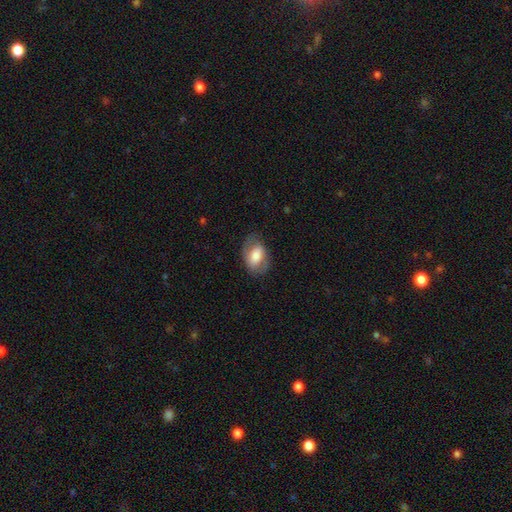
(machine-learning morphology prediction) smooth 58%, featured or disk 35%, star or artifact 7%. Down the decision tree: how rounded — in between (87%); merging — none (71%).